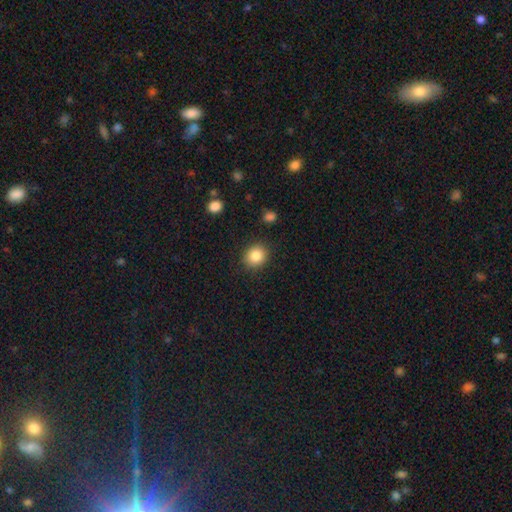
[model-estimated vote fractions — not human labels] Smooth or featured? smooth (85%)
How rounded? round (75%)
Merging? none (88%)